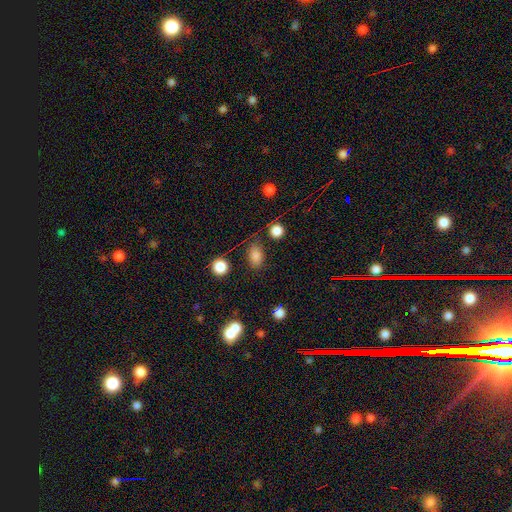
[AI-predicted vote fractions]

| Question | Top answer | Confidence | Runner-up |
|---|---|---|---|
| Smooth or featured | smooth | 83% | star or artifact (11%) |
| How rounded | in between | 81% | round (17%) |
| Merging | none | 77% | minor disturbance (15%) |